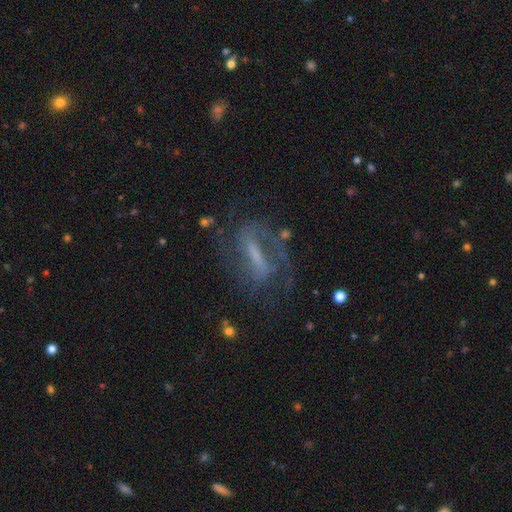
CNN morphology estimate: type=featured or disk (76%); edge-on=no (85%); bar=strong (64%); spiral arms=yes (84%); winding=medium (48%); arm count=2 (75%); bulge=none (35%); merging=none (64%).